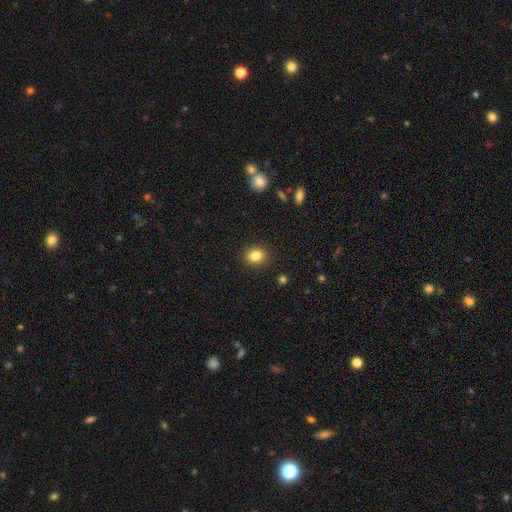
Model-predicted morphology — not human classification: Smooth or featured? Predicted: smooth (p=0.84). How rounded? Predicted: round (p=0.52). Merging? Predicted: none (p=0.89).